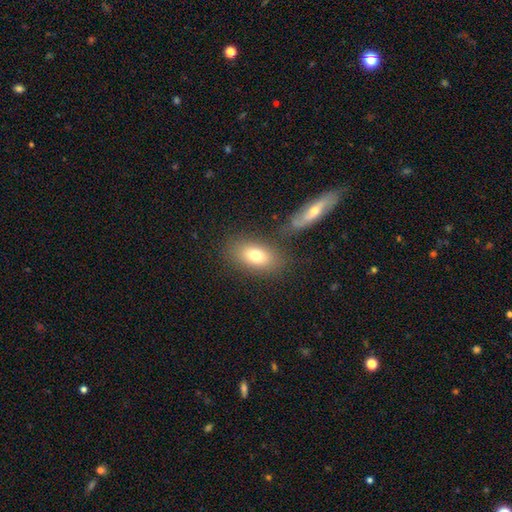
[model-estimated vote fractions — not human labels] Smooth or featured: smooth — 75% (featured or disk — 15%)
How rounded: in between — 86% (round — 10%)
Merging: none — 73% (minor disturbance — 12%)